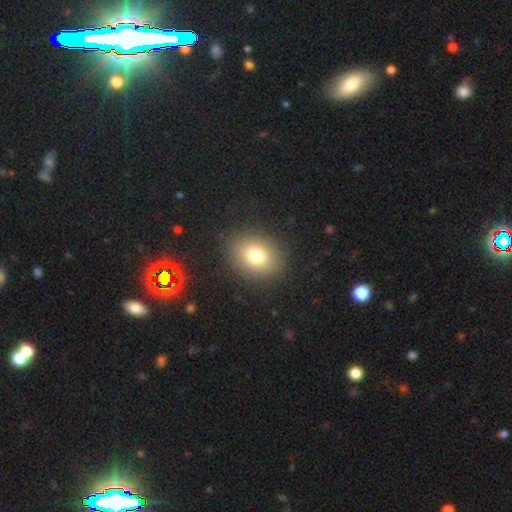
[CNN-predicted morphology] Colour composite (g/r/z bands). It shows a smooth galaxy with no disk features (77%) that is round (52%). Merging: none (87%).